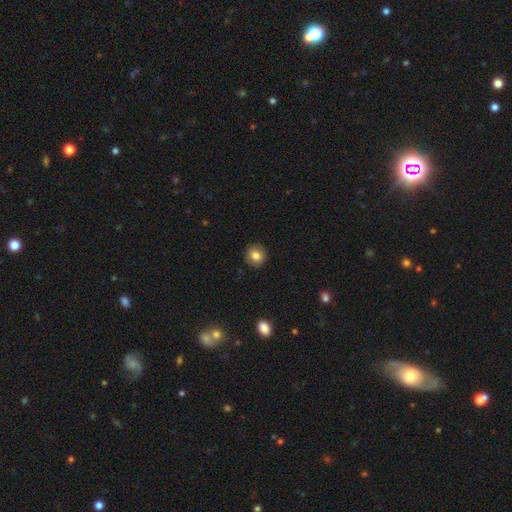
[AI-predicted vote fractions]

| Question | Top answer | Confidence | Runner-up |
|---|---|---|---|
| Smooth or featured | smooth | 83% | star or artifact (10%) |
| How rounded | round | 86% | in between (13%) |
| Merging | none | 90% | minor disturbance (7%) |